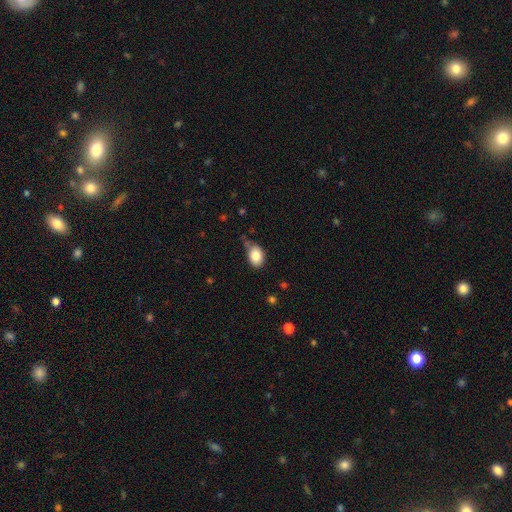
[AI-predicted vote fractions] The model was most divided on "merging": none: 56%, minor disturbance: 32%, major disturbance: 8%, merger: 4%. More confident: smooth or featured — smooth (82%); how rounded — in between (80%).